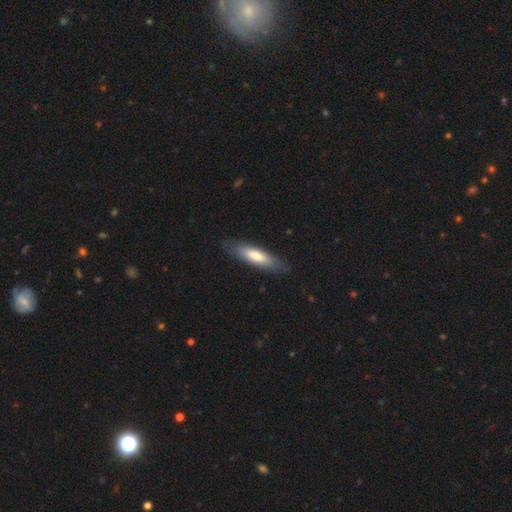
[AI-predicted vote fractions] smooth-or-featured: smooth: 70% | featured or disk: 24% | star or artifact: 5%
  how-rounded: cigar-shaped: 65% | in between: 34% | round: 1%
  merging: none: 84% | minor disturbance: 12% | major disturbance: 3% | merger: 1%